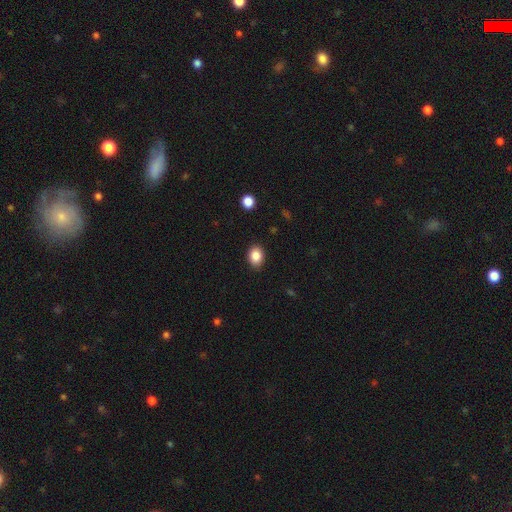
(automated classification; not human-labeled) This appears to be a smooth galaxy with no disk features (87%) that is in between round and cigar-shaped (66%). Merging: none (88%).